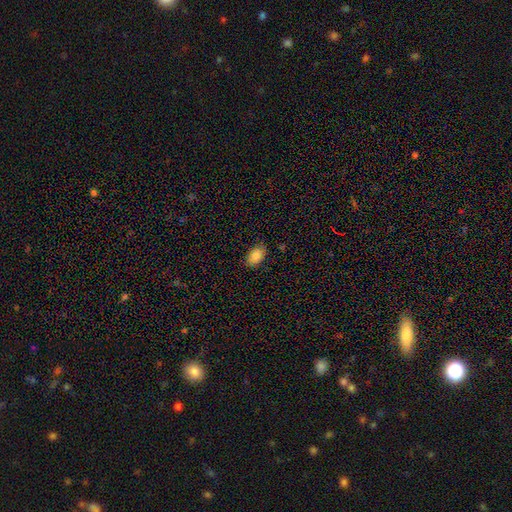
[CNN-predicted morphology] Q: Smooth or featured?
A: smooth (86%); runner-up: star or artifact (7%)
Q: How rounded?
A: in between (90%); runner-up: round (9%)
Q: Merging?
A: none (83%); runner-up: minor disturbance (14%)